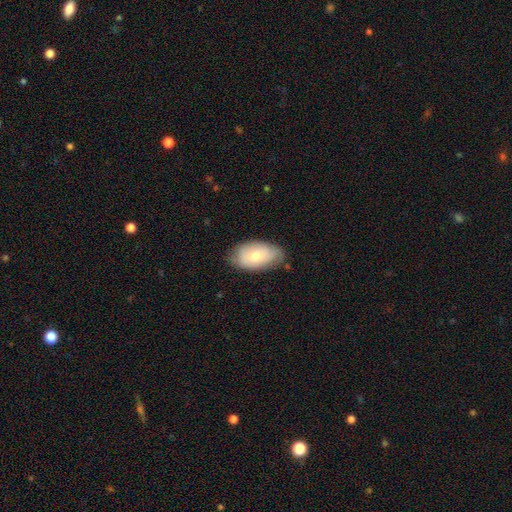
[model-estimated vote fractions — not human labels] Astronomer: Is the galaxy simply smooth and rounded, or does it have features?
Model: smooth — 66%.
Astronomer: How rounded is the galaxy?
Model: in between — 93%.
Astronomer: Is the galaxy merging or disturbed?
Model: none — 72%.